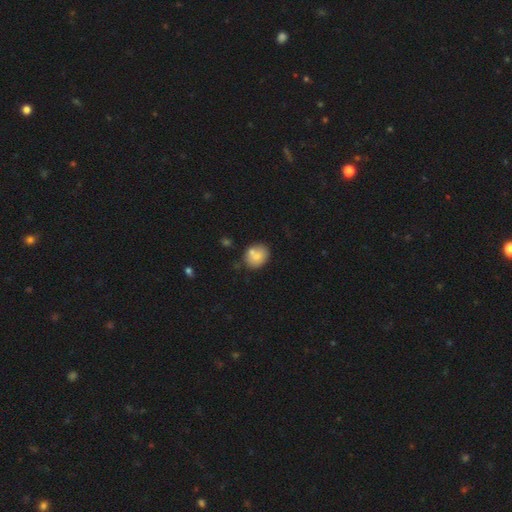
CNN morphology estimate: Smooth or featured: smooth — 76% (featured or disk — 15%)
How rounded: round — 57% (in between — 42%)
Merging: none — 58% (merger — 22%)